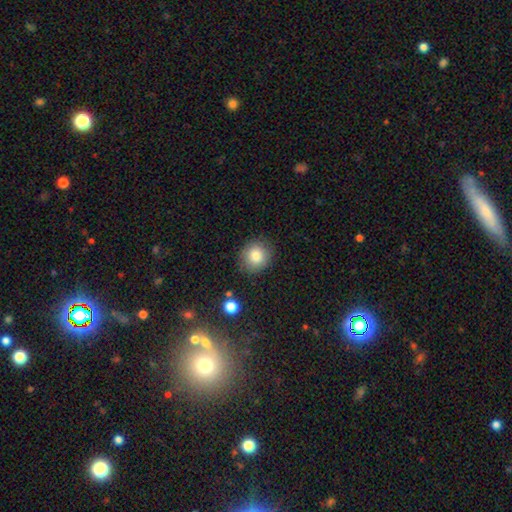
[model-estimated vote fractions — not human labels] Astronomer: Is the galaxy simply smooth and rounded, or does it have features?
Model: smooth — 82%.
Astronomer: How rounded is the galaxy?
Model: round — 83%.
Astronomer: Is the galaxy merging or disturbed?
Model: none — 84%.